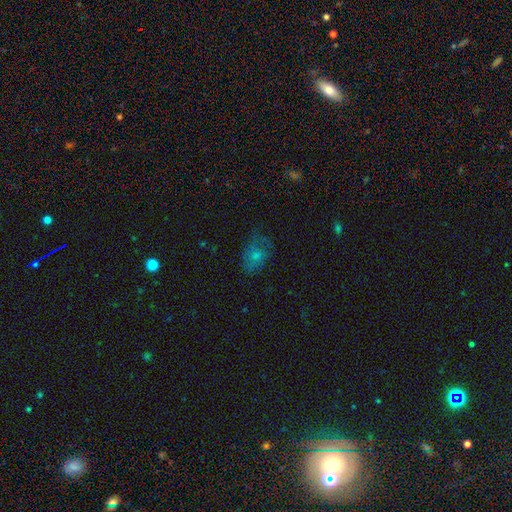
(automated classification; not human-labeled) Smooth or featured: smooth — 62% (featured or disk — 25%)
How rounded: in between — 80% (round — 19%)
Merging: none — 47% (minor disturbance — 31%)